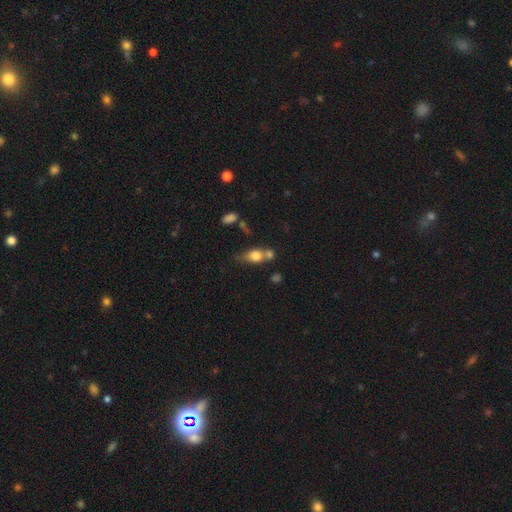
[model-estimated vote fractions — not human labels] smooth_or_featured: smooth (p=0.73) [alt: featured or disk p=0.17]
how_rounded: in between (p=0.62) [alt: round p=0.28]
merging: merger (p=0.40) [alt: none p=0.36]